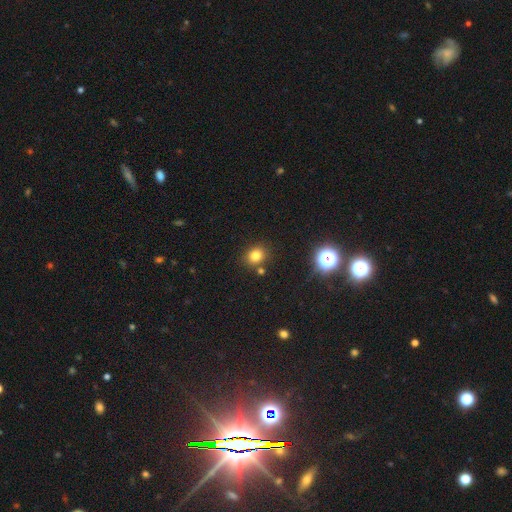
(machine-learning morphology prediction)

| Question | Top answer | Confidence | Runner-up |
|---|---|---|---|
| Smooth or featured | smooth | 77% | star or artifact (16%) |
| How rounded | round | 68% | in between (31%) |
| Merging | none | 78% | minor disturbance (10%) |